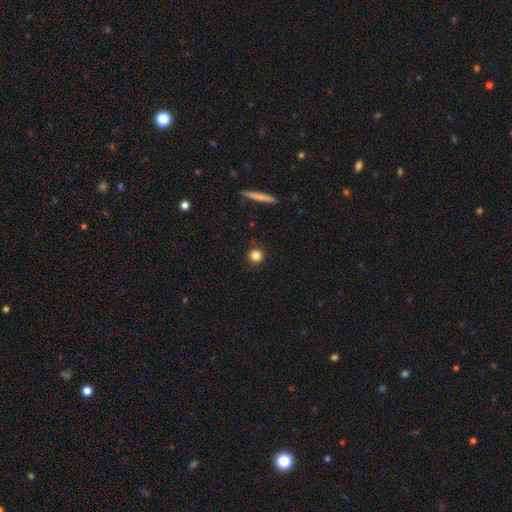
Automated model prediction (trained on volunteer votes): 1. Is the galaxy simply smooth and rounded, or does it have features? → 84% smooth, 11% star or artifact, 5% featured or disk.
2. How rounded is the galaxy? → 93% round, 5% in between, 1% cigar-shaped.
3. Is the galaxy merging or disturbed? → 90% none, 6% minor disturbance, 2% major disturbance, 2% merger.